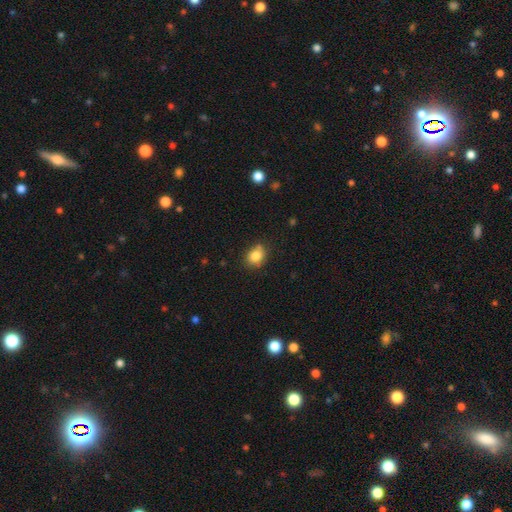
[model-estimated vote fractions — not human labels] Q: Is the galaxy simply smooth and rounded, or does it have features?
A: smooth — 83%.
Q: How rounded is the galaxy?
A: round — 56%.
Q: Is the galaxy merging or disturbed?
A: none — 70%.